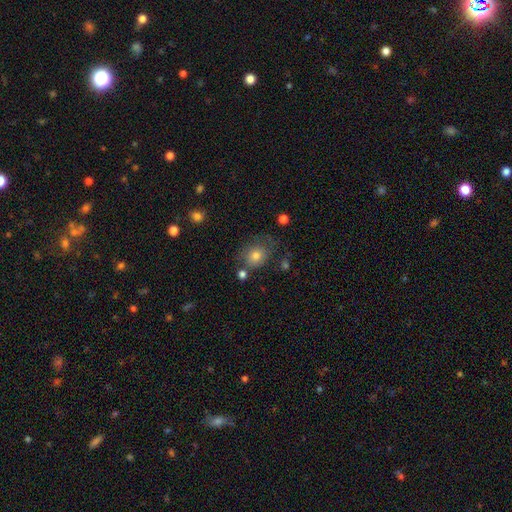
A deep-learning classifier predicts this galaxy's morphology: Overall: smooth (77%). How rounded: round (59%; in between 40%). Merging: none (62%).